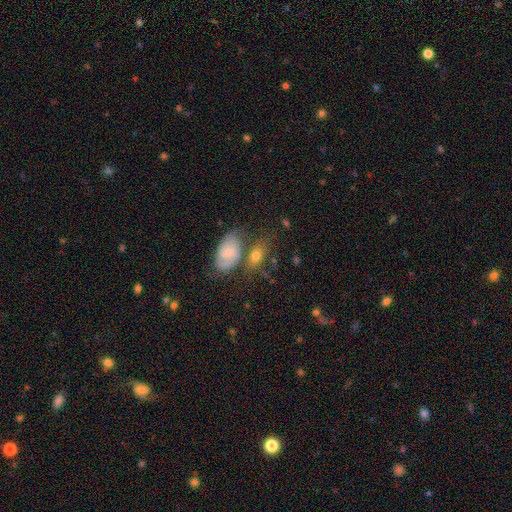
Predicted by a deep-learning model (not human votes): Q: Smooth or featured?
A: smooth (60%); runner-up: featured or disk (31%)
Q: How rounded?
A: in between (80%); runner-up: round (15%)
Q: Merging?
A: none (49%); runner-up: merger (27%)